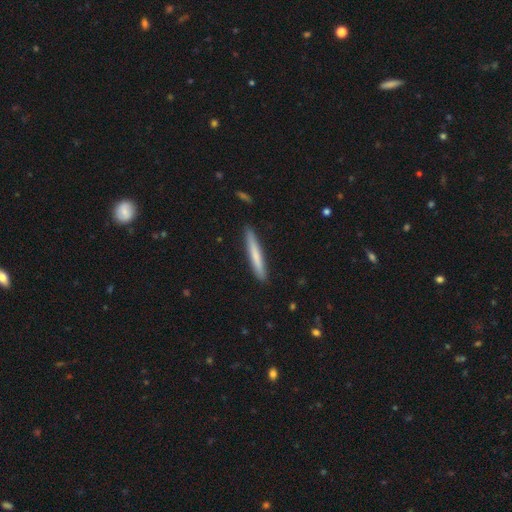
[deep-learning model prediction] smooth 71%, featured or disk 24%, star or artifact 5%. Down the decision tree: how rounded — cigar-shaped (96%); merging — none (90%).